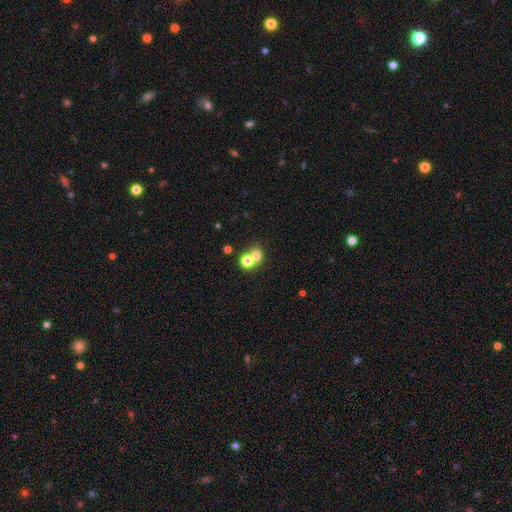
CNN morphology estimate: Smooth or featured: smooth — 71% (star or artifact — 17%)
How rounded: round — 77% (in between — 22%)
Merging: merger — 48% (none — 42%)